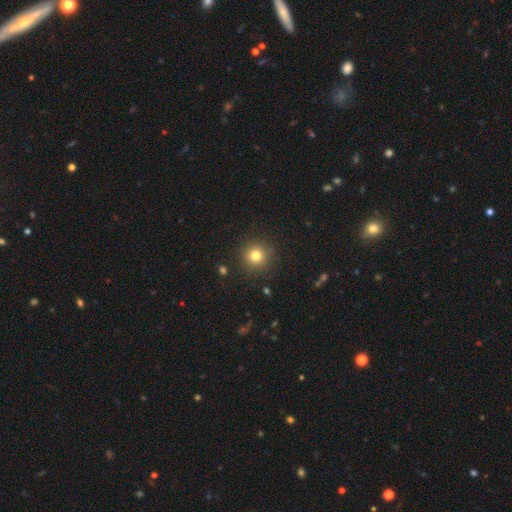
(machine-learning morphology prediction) Smooth or featured?
  - smooth: 79% *
  - star or artifact: 14%
  - featured or disk: 7%
How rounded?
  - round: 95% *
  - in between: 4%
  - cigar-shaped: 1%
Merging?
  - none: 90% *
  - minor disturbance: 6%
  - major disturbance: 2%
  - merger: 1%